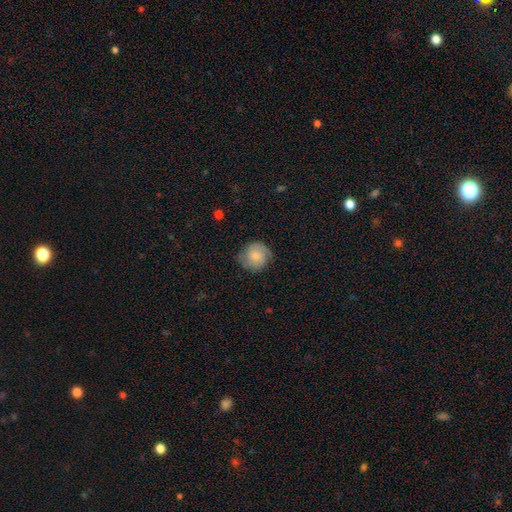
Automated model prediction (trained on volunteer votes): This is possibly a smooth galaxy (56%). How rounded: clearly round (86%). Merging: likely none (72%).